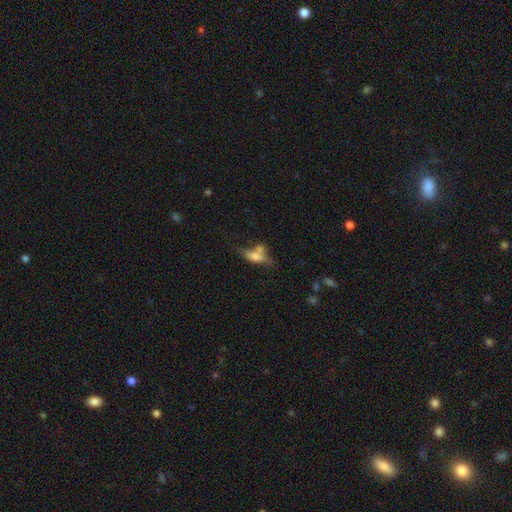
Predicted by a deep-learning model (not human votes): Overall: smooth (58%; featured or disk 33%). How rounded: in between (56%; cigar-shaped 40%). Merging: none (40%; merger 32%).